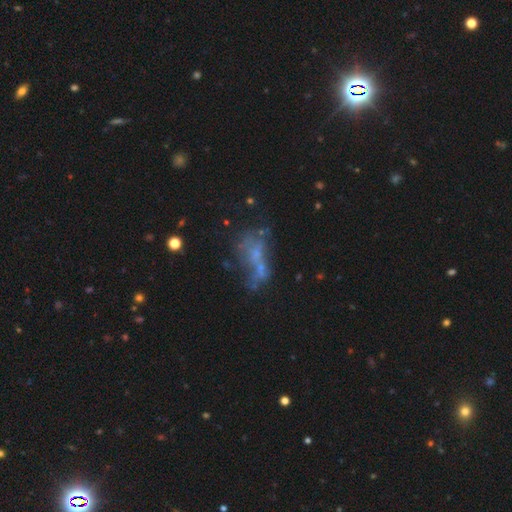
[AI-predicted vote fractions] smooth_or_featured: featured or disk (p=0.47) [alt: smooth p=0.28]
merging: none (p=0.33) [alt: merger p=0.27]